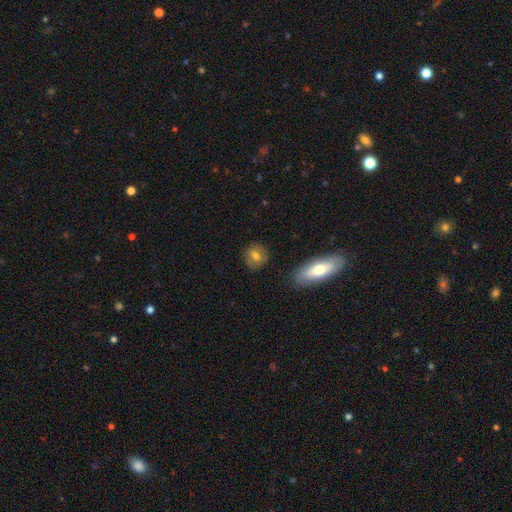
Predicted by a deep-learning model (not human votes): This appears to be a smooth galaxy with no disk features (69%) that is round (74%). Merging: none (81%).